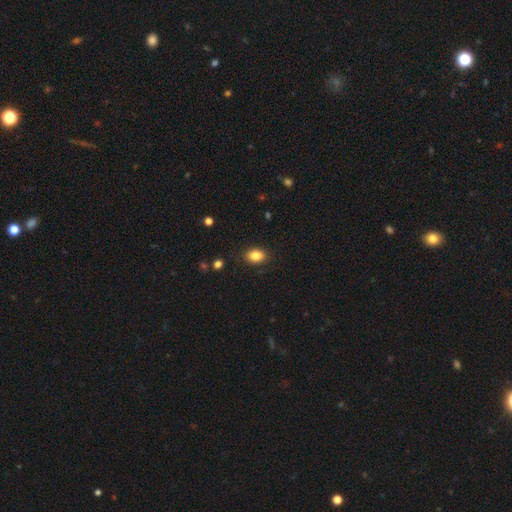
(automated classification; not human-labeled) Smooth or featured? Predicted: smooth (p=0.85). How rounded? Predicted: in between (p=0.78). Merging? Predicted: none (p=0.87).